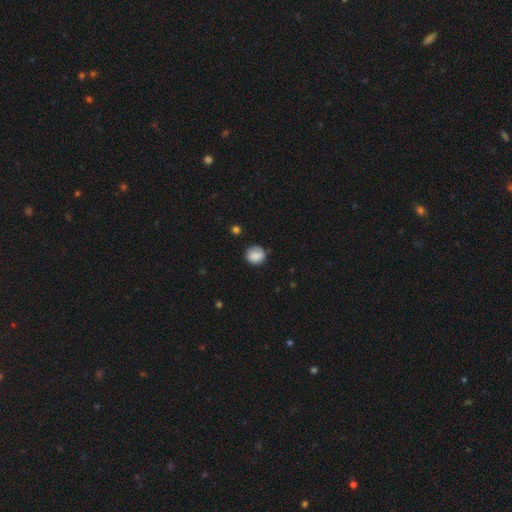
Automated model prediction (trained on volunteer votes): Q: Smooth or featured?
A: smooth (83%); runner-up: featured or disk (9%)
Q: How rounded?
A: round (85%); runner-up: in between (14%)
Q: Merging?
A: none (77%); runner-up: minor disturbance (17%)